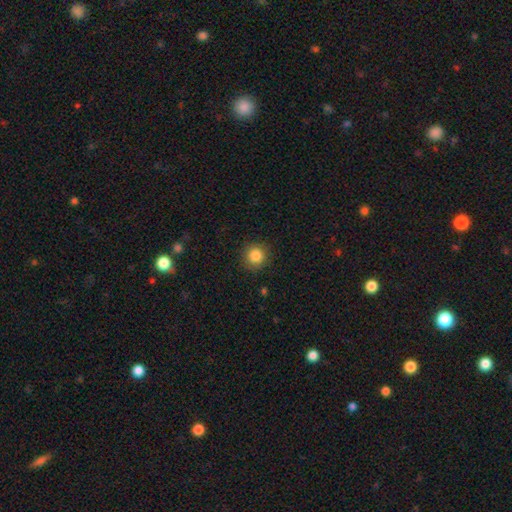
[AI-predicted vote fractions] Smooth or featured?
  - smooth: 85% *
  - star or artifact: 10%
  - featured or disk: 4%
How rounded?
  - round: 93% *
  - in between: 6%
  - cigar-shaped: 1%
Merging?
  - none: 90% *
  - minor disturbance: 7%
  - major disturbance: 2%
  - merger: 1%